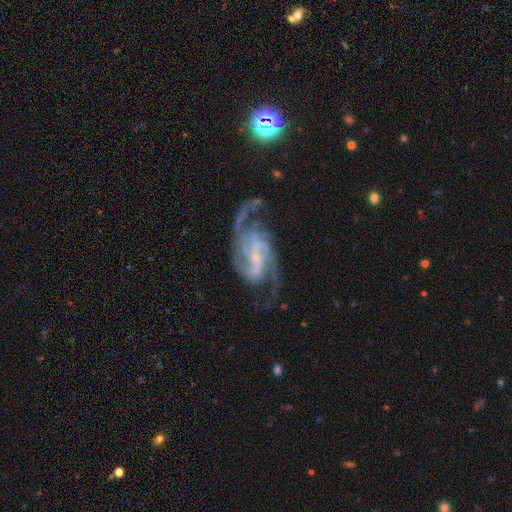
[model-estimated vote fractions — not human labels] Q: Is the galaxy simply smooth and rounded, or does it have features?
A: featured or disk — 91%.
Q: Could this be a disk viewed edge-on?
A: no — 97%.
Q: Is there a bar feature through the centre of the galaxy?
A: weak — 41%.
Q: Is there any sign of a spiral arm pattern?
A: yes — 98%.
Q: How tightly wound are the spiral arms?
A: medium — 54%.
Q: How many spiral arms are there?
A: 2 — 39%.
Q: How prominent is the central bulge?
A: small — 78%.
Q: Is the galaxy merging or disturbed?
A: none — 65%.